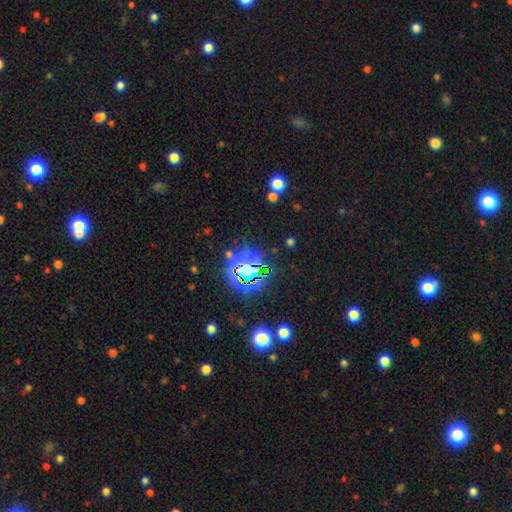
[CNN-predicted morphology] smooth-or-featured: star or artifact: 80% | smooth: 13% | featured or disk: 7%